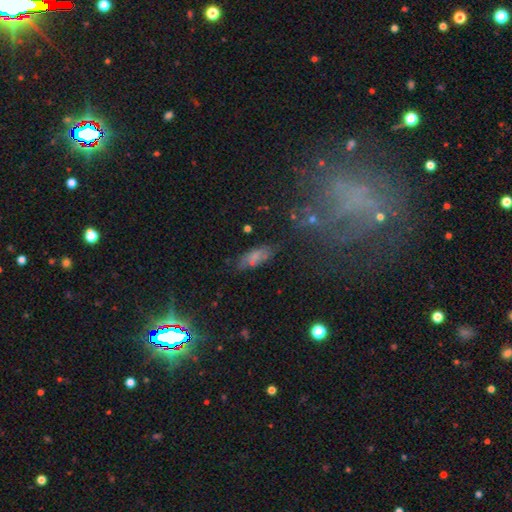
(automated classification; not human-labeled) Smooth or featured? Predicted: smooth (p=0.52). How rounded? Predicted: in between (p=0.65). Merging? Predicted: none (p=0.70).